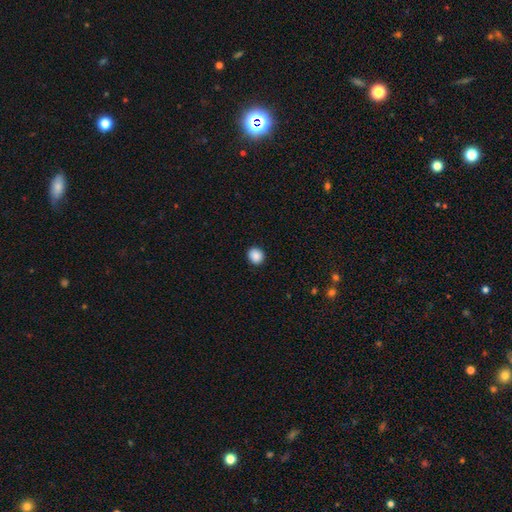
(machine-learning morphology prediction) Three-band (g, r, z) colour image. It shows a smooth galaxy with no disk features (88%) that is round (84%). Merging: none (91%).